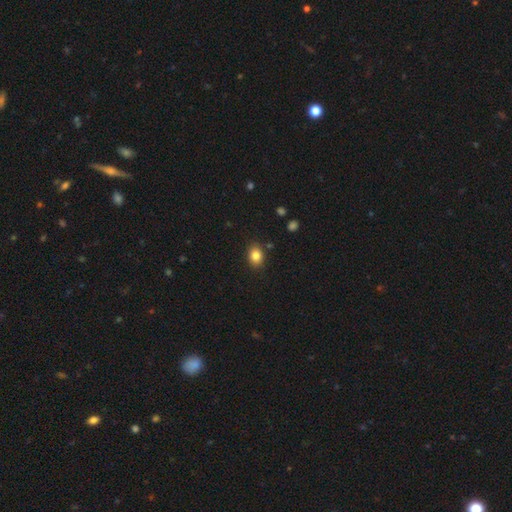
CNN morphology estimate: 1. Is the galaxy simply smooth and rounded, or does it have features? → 84% smooth, 10% star or artifact, 6% featured or disk.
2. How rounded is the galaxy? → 60% in between, 39% round, 1% cigar-shaped.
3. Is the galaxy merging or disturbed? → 86% none, 10% minor disturbance, 2% major disturbance, 2% merger.